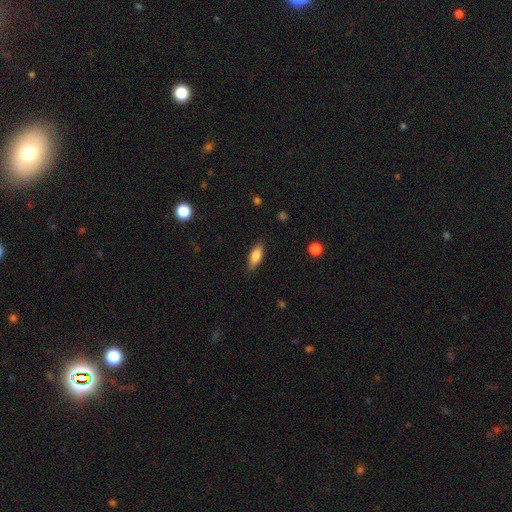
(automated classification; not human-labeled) Smooth or featured?
  - smooth: 78% *
  - featured or disk: 15%
  - star or artifact: 7%
How rounded?
  - in between: 68% *
  - cigar-shaped: 29%
  - round: 3%
Merging?
  - none: 84% *
  - minor disturbance: 12%
  - major disturbance: 3%
  - merger: 1%